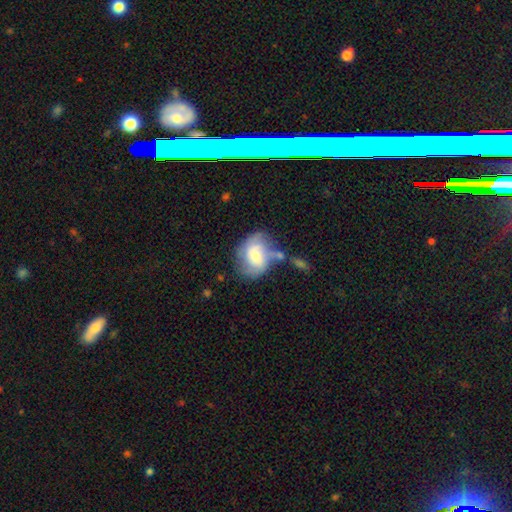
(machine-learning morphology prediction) smooth_or_featured: featured or disk (p=0.51) [alt: smooth p=0.41]
disk_edge_on: no (p=0.97) [alt: yes p=0.03]
merging: none (p=0.37) [alt: minor disturbance p=0.24]